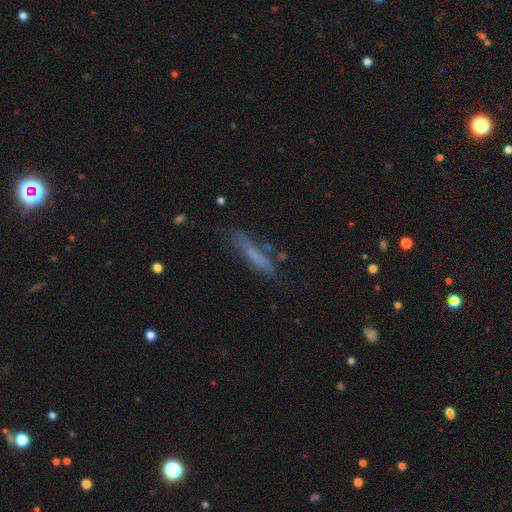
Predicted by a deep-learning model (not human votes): This appears to be a smooth galaxy with no disk features (63%) that is cigar-shaped (90%). Merging: none (68%).